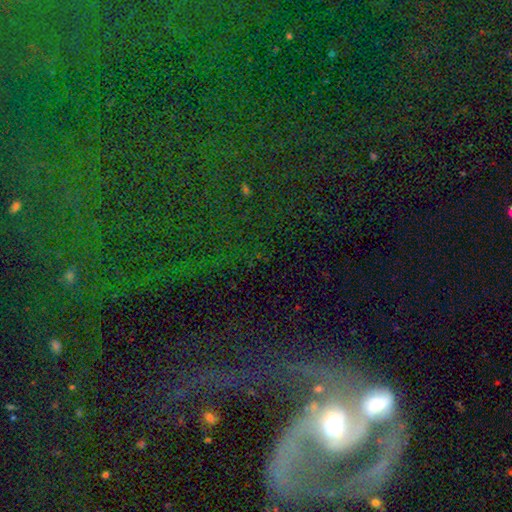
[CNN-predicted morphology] A star or artifact, not a galaxy (74%).

Vote fractions:
- Smooth or featured? star or artifact: 74% / smooth: 13% / featured or disk: 13%